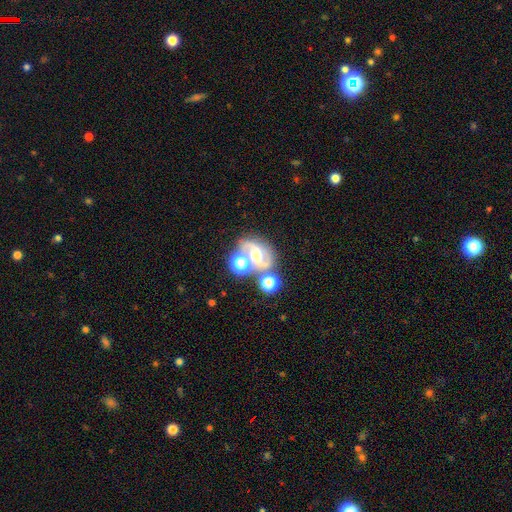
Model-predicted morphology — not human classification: Smooth or featured?
  - featured or disk: 75% *
  - smooth: 14%
  - star or artifact: 11%
Edge-on disk?
  - no: 97% *
  - yes: 3%
Bar?
  - weak: 37% *
  - strong: 32%
  - no: 32%
Spiral arms?
  - yes: 91% *
  - no: 9%
Spiral winding?
  - medium: 52% *
  - loose: 32%
  - tight: 15%
Spiral arm count?
  - 2: 90% *
  - can't tell: 4%
  - 1: 3%
  - 3: 1%
  - 4: 1%
  - more than 4: 1%
Bulge size?
  - moderate: 64% *
  - small: 19%
  - large: 12%
  - none: 2%
  - dominant: 2%
Merging?
  - none: 57% *
  - merger: 22%
  - minor disturbance: 14%
  - major disturbance: 7%